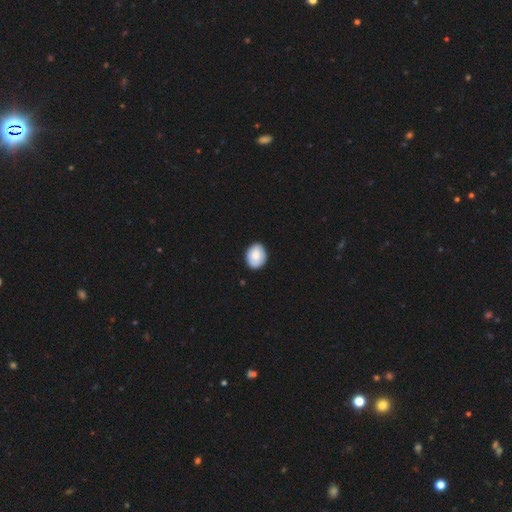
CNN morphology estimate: A smooth galaxy with no disk features (80%) that is in between round and cigar-shaped (54%). Merging: none (87%).